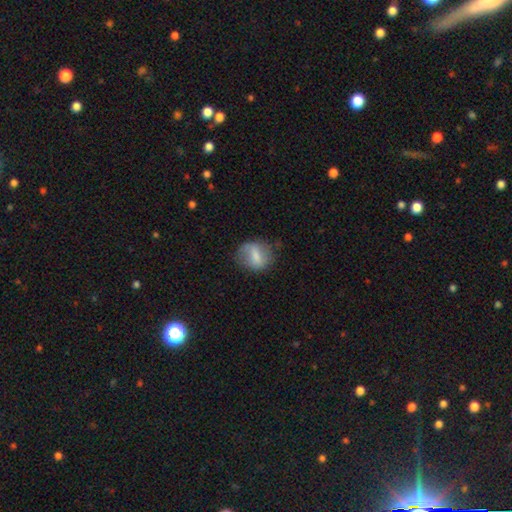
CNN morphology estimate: type=smooth (63%); roundness=round (56%); merging=none (67%).